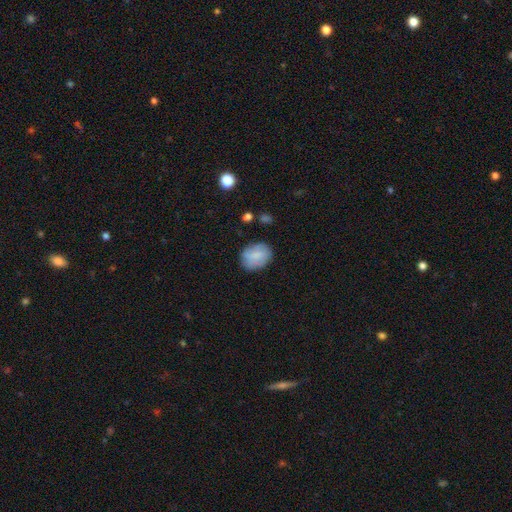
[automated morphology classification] Smooth or featured? Predicted: smooth (p=0.74). How rounded? Predicted: in between (p=0.62). Merging? Predicted: none (p=0.73).